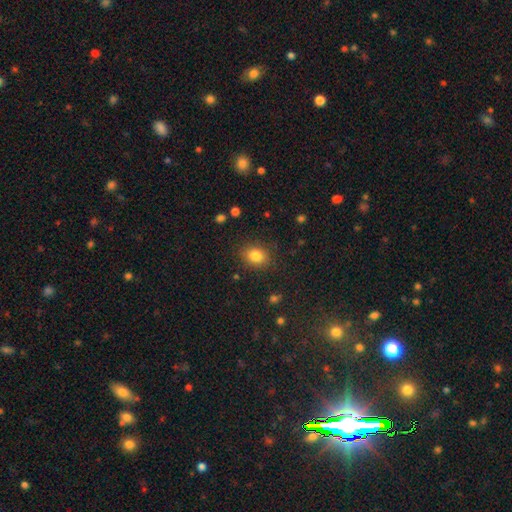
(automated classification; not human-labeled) smooth_or_featured: smooth (p=0.82) [alt: star or artifact p=0.11]
how_rounded: round (p=0.50) [alt: in between p=0.49]
merging: none (p=0.85) [alt: minor disturbance p=0.10]